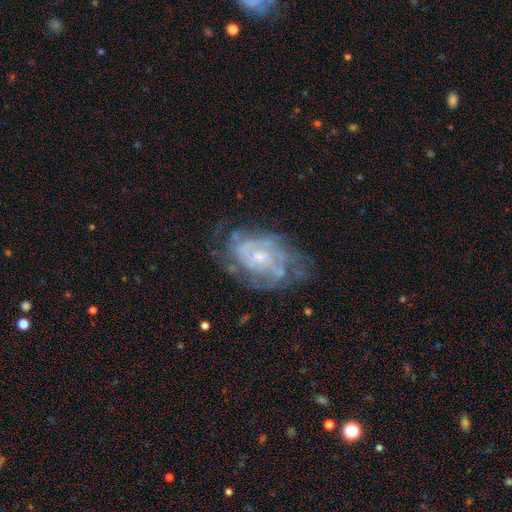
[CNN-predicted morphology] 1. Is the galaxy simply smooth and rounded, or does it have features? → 80% featured or disk, 11% smooth, 10% star or artifact.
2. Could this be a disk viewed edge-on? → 96% no, 4% yes.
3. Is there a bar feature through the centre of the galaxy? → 57% no, 36% weak, 8% strong.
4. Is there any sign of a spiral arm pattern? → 89% yes, 11% no.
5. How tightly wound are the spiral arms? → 60% tight, 32% medium, 9% loose.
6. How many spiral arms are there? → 45% can't tell, 20% 2, 15% 3, 10% 4, 6% more than 4, 5% 1.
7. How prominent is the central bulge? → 58% small, 34% moderate, 6% none, 2% large, 1% dominant.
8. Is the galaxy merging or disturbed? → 67% none, 20% minor disturbance, 11% major disturbance, 2% merger.